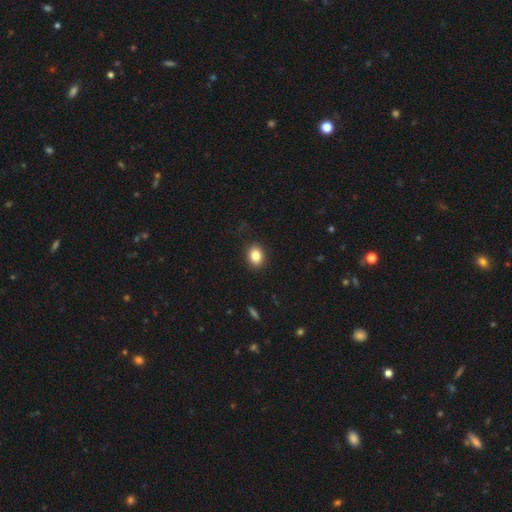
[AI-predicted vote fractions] Smooth or featured? smooth (84%)
How rounded? in between (57%)
Merging? none (89%)